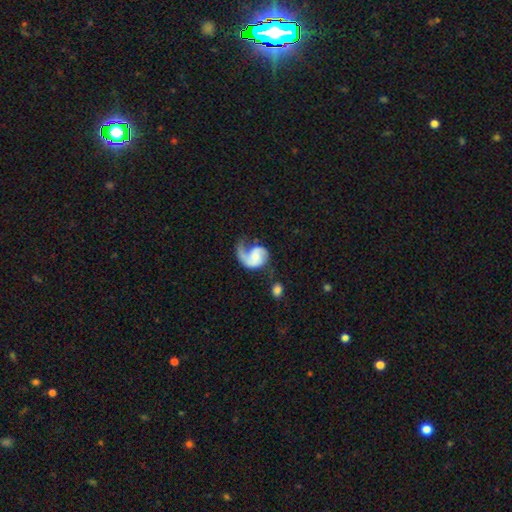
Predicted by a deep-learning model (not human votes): This appears to be a featured or disk galaxy (74%) with no bar (65%), 1 (63%) loose (49%) spiral arms (93%) and a small central bulge (42%). Merging: major disturbance (42%).